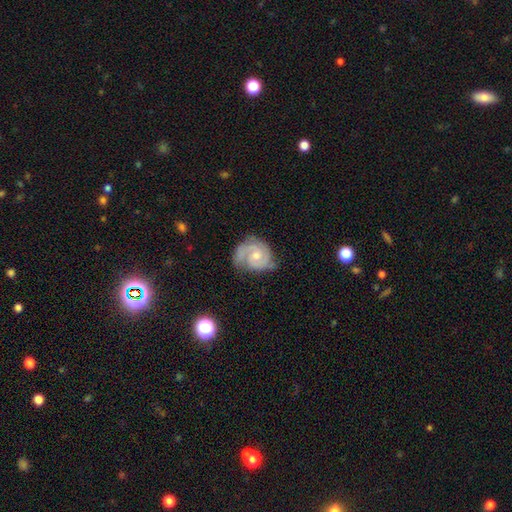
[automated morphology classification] A featured or disk galaxy (82%) with no bar (68%), 2 (65%) tight (52%) spiral arms (96%) and a small central bulge (48%). Merging: none (60%).